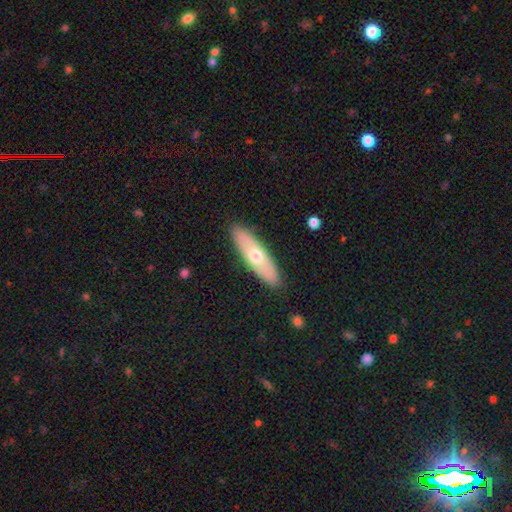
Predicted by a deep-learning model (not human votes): Smooth or featured? smooth (51%)
How rounded? cigar-shaped (54%)
Merging? none (90%)